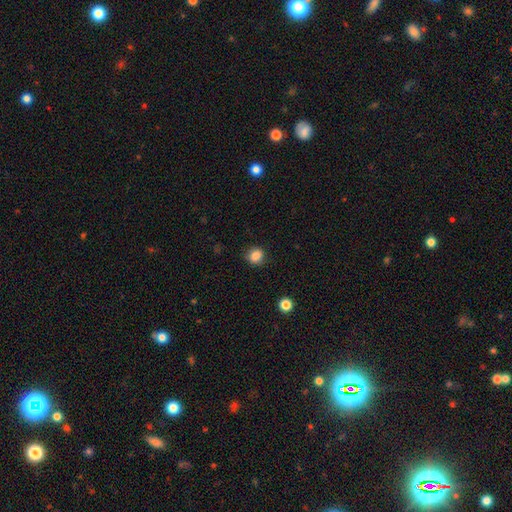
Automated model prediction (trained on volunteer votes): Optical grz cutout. It shows a smooth galaxy with no disk features (85%) that is round (87%). Merging: none (86%).